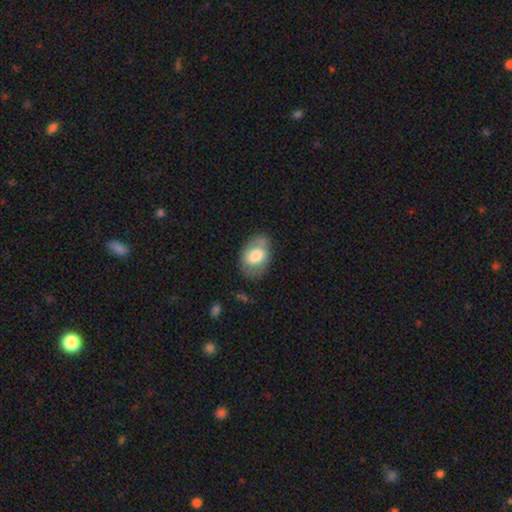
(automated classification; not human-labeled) The model was most divided on "merging": none: 63%, minor disturbance: 25%, major disturbance: 8%, merger: 3%. More confident: how rounded — in between (85%); smooth or featured — smooth (66%).